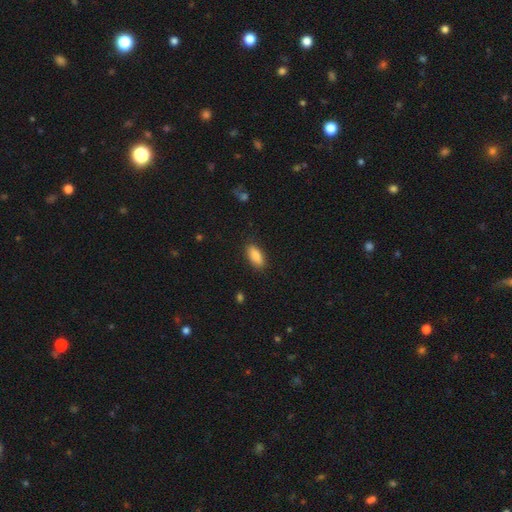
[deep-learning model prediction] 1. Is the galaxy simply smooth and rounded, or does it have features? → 87% smooth, 7% star or artifact, 6% featured or disk.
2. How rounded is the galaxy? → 83% in between, 14% cigar-shaped, 2% round.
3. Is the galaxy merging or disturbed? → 86% none, 10% minor disturbance, 3% major disturbance, 1% merger.